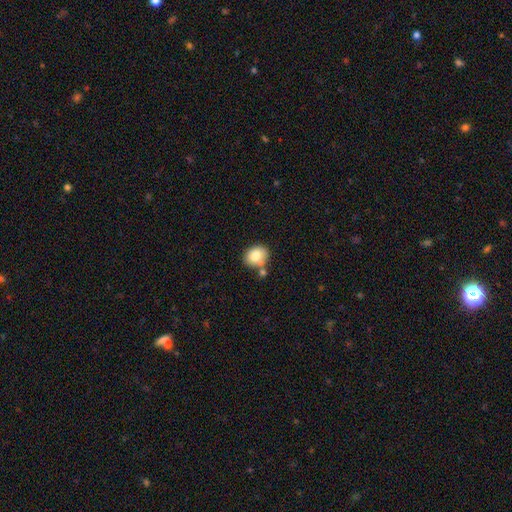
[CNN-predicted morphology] smooth-or-featured: smooth: 80% | featured or disk: 11% | star or artifact: 8%
  how-rounded: round: 53% | in between: 46% | cigar-shaped: 1%
  merging: none: 62% | merger: 19% | minor disturbance: 15% | major disturbance: 4%